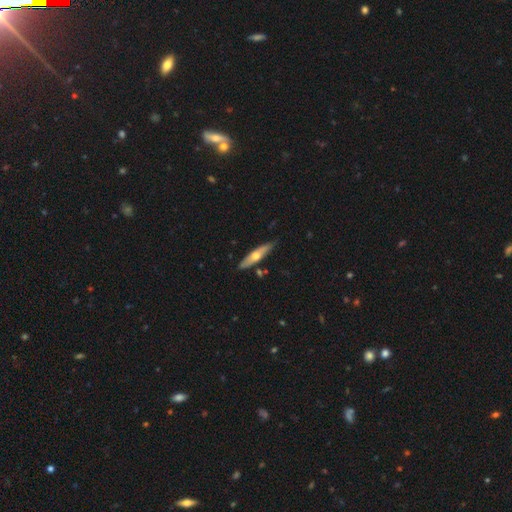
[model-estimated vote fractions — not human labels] featured or disk 48%, smooth 46%, star or artifact 5%. Down the decision tree: merging — none (82%).